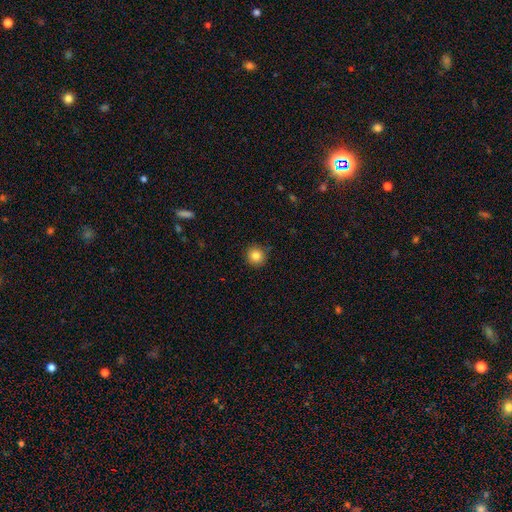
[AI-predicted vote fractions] A smooth galaxy with no disk features (83%) that is round (93%). Merging: none (89%).